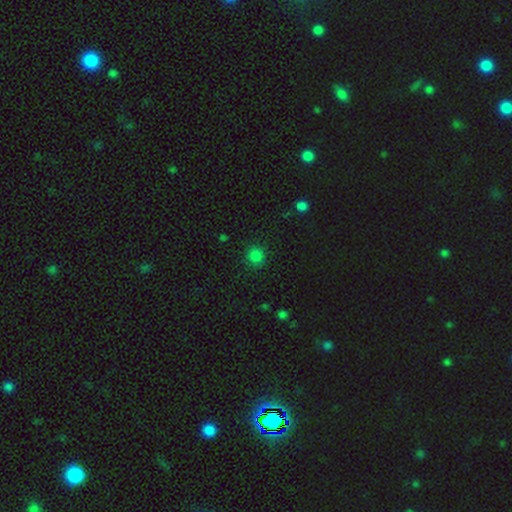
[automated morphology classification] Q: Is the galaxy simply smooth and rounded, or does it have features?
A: smooth — 82%.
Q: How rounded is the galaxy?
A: round — 92%.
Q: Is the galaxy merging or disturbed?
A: none — 89%.